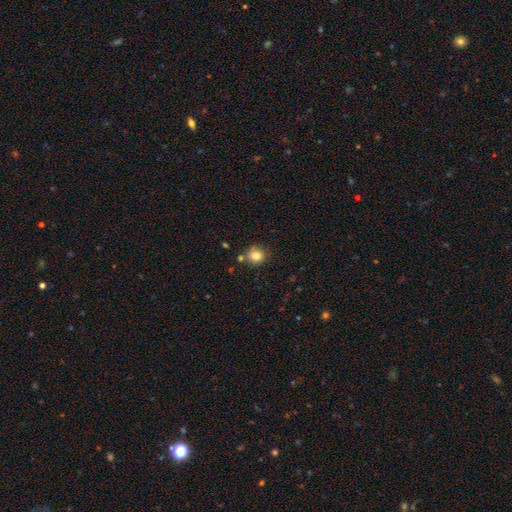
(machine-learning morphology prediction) Smooth or featured: smooth — 83% (star or artifact — 11%)
How rounded: round — 79% (in between — 20%)
Merging: none — 72% (minor disturbance — 15%)